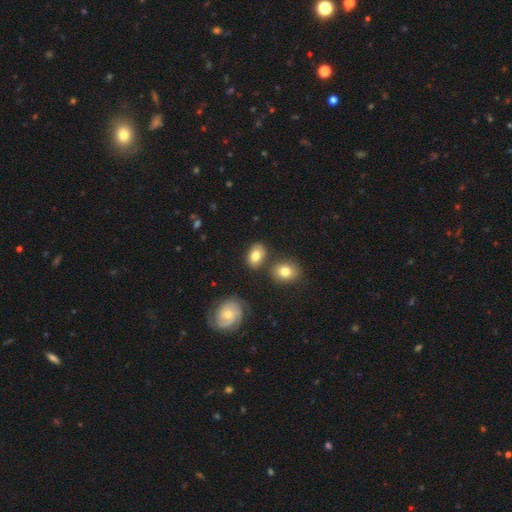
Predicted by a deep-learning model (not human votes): This is likely a smooth galaxy (76%). How rounded: likely in between (77%). Merging: likely none (73%).